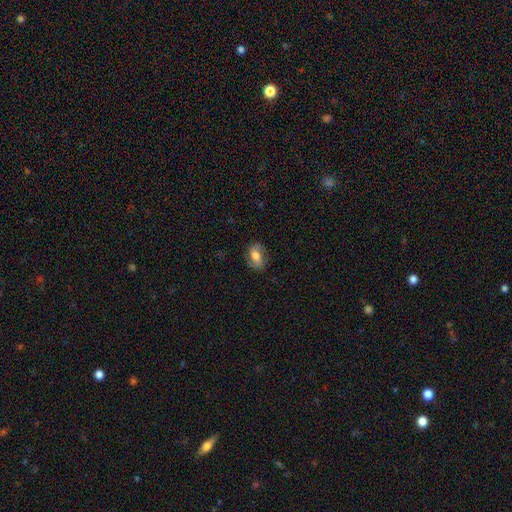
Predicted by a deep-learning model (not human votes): Smooth or featured? smooth (47%)
Merging? none (73%)